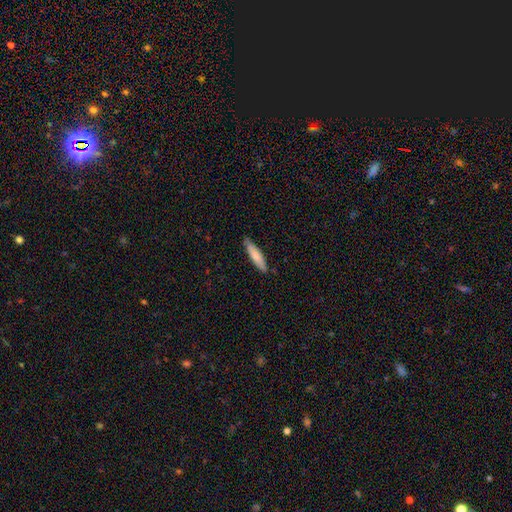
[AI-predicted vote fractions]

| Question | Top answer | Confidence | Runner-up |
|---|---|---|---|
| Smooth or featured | smooth | 76% | featured or disk (19%) |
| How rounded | cigar-shaped | 81% | in between (17%) |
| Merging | none | 86% | minor disturbance (12%) |